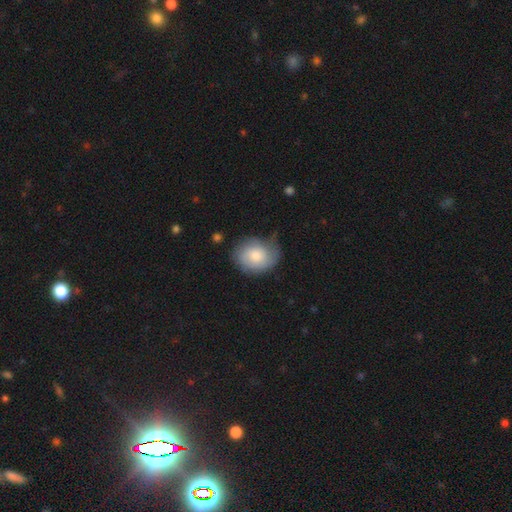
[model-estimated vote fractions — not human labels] The model was most divided on "how rounded": round: 51%, in between: 49%, cigar-shaped: 1%. More confident: smooth or featured — smooth (66%); merging — none (59%).